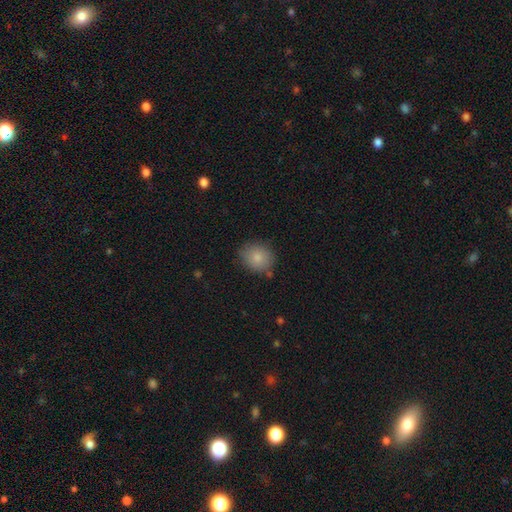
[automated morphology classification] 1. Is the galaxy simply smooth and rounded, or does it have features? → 83% smooth, 9% star or artifact, 8% featured or disk.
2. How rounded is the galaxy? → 73% round, 26% in between, 1% cigar-shaped.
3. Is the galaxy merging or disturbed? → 80% none, 14% minor disturbance, 3% merger, 3% major disturbance.